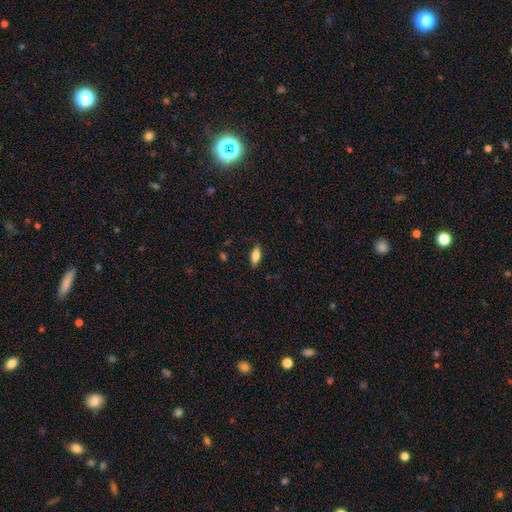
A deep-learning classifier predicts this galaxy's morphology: A smooth galaxy with no disk features (79%) that is in between round and cigar-shaped (81%).

Vote fractions:
- Smooth or featured? smooth: 79% / featured or disk: 14% / star or artifact: 7%
- How rounded? in between: 81% / cigar-shaped: 16% / round: 3%
- Merging? none: 84% / minor disturbance: 12% / major disturbance: 3% / merger: 1%